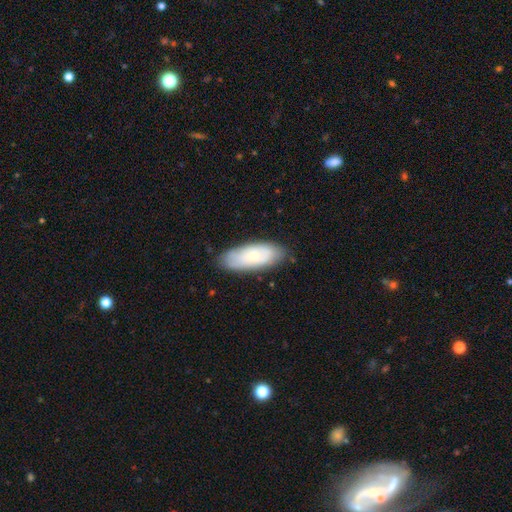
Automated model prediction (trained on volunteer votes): A smooth galaxy with no disk features (62%) that is in between round and cigar-shaped (81%).

Vote fractions:
- Smooth or featured? smooth: 62% / featured or disk: 32% / star or artifact: 6%
- How rounded? in between: 81% / cigar-shaped: 17% / round: 2%
- Merging? none: 81% / minor disturbance: 15% / major disturbance: 3% / merger: 1%